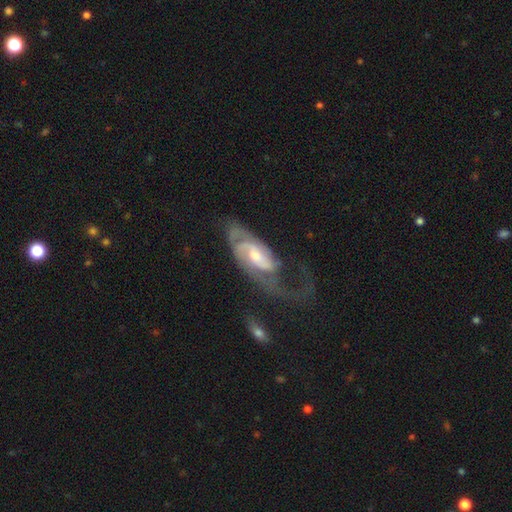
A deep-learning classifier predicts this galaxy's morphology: smooth-or-featured: featured or disk: 84% | smooth: 11% | star or artifact: 5%
  disk-edge-on: no: 93% | yes: 7%
    bar: weak: 45% | no: 40% | strong: 15%
    has-spiral-arms: yes: 95% | no: 5%
      spiral-winding: medium: 44% | tight: 37% | loose: 19%
      spiral-arm-count: 2: 57% | can't tell: 17% | 1: 13% | 3: 9% | 4: 3% | more than 4: 2%
    bulge-size: moderate: 52% | small: 36% | large: 7% | none: 3% | dominant: 1%
  merging: major disturbance: 42% | none: 35% | minor disturbance: 20% | merger: 3%